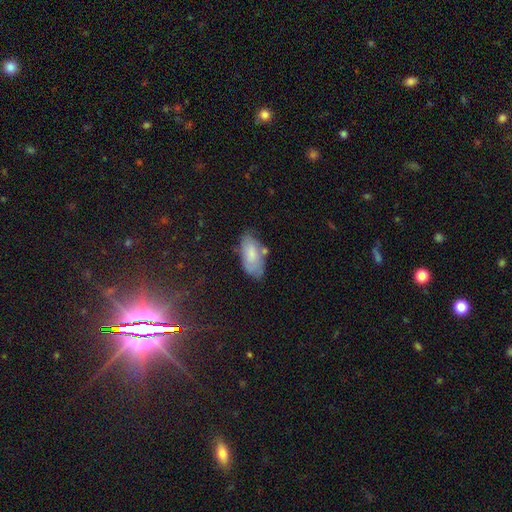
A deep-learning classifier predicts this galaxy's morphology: type=smooth (60%); roundness=in between (88%); merging=none (66%).